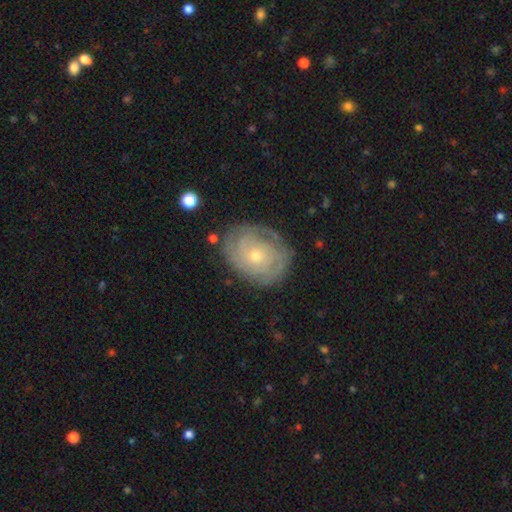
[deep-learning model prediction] featured or disk 77%, smooth 17%, star or artifact 6%. Down the decision tree: edge-on disk — no (97%); bar — no (82%); spiral arms — yes (89%); spiral arm count — can't tell (43%); spiral winding — tight (78%); bulge size — small (63%); merging — none (77%).